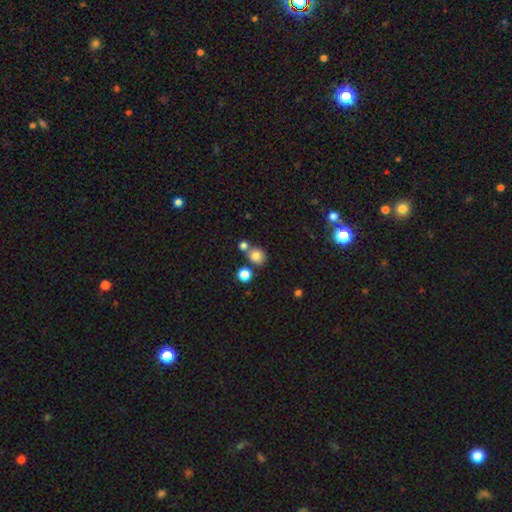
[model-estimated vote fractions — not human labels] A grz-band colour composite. It shows a smooth galaxy with no disk features (79%) that is round (74%). Merging: none (60%).